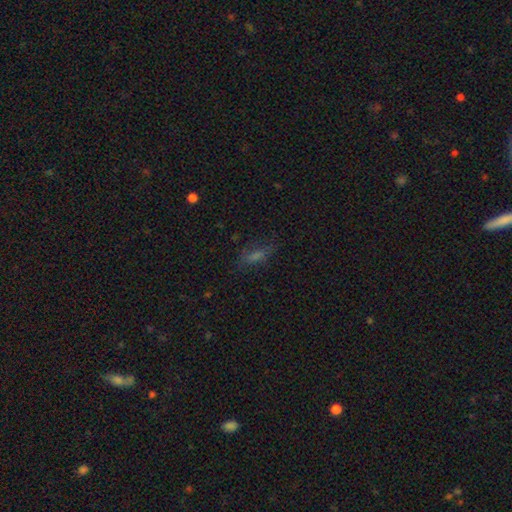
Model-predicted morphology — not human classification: Smooth or featured? Predicted: smooth (p=0.48). Merging? Predicted: none (p=0.69).